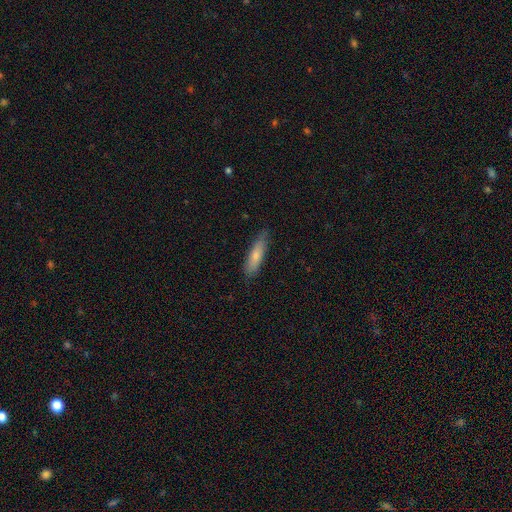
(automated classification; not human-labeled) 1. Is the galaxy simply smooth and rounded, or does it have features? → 73% smooth, 21% featured or disk, 6% star or artifact.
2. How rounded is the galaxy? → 70% cigar-shaped, 29% in between, 2% round.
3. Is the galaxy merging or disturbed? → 79% none, 17% minor disturbance, 3% major disturbance, 1% merger.